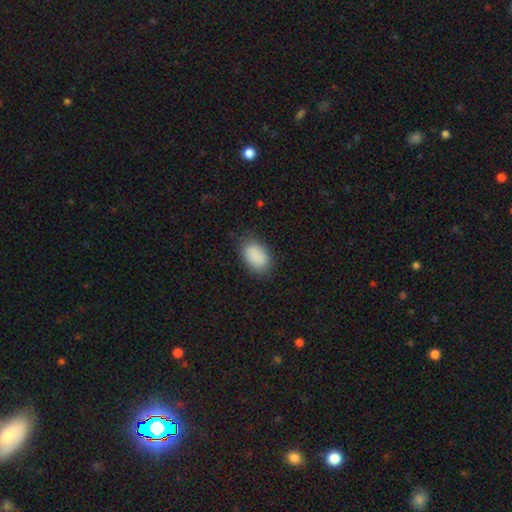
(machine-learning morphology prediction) Smooth or featured? Predicted: smooth (p=0.89). How rounded? Predicted: in between (p=0.89). Merging? Predicted: none (p=0.81).